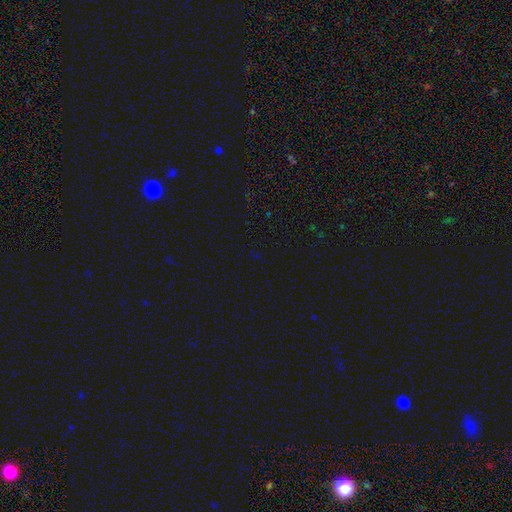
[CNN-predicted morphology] Overall: star or artifact (72%).